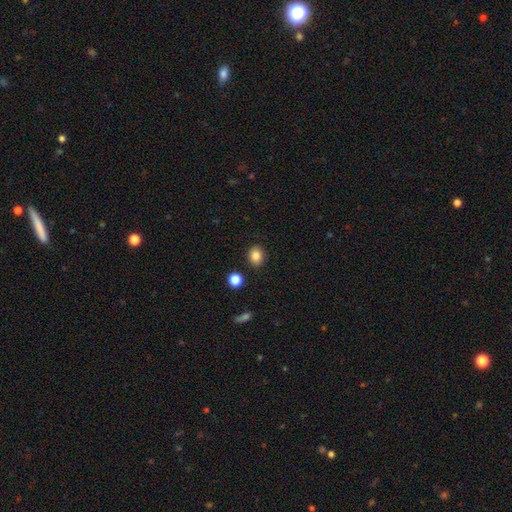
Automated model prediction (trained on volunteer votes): Smooth or featured?
  - smooth: 85% *
  - star or artifact: 10%
  - featured or disk: 5%
How rounded?
  - round: 60% *
  - in between: 39%
  - cigar-shaped: 1%
Merging?
  - none: 88% *
  - minor disturbance: 7%
  - merger: 3%
  - major disturbance: 2%